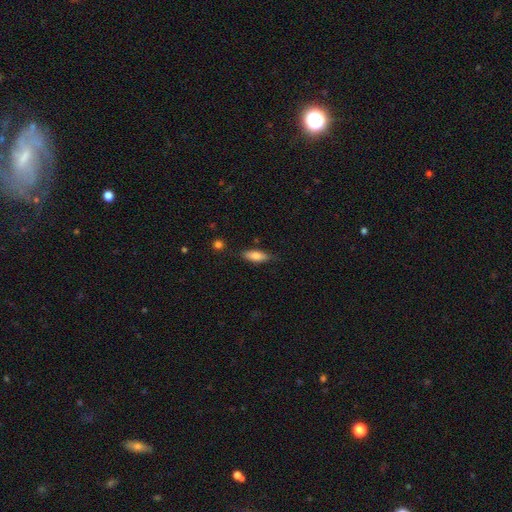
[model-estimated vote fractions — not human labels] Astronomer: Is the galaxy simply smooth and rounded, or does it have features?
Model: smooth — 77%.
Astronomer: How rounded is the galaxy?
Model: in between — 68%.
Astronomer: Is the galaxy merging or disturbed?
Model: none — 77%.